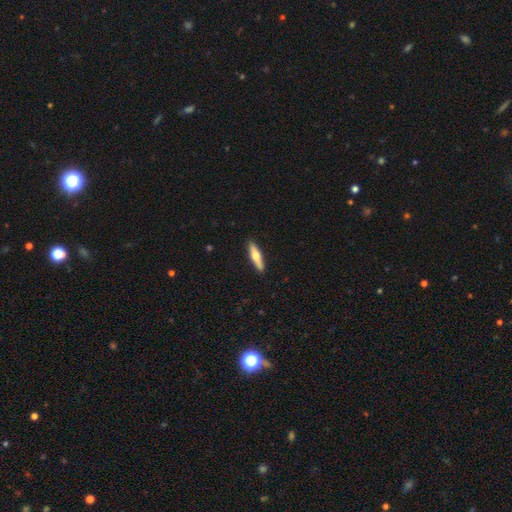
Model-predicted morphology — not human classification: Smooth or featured? smooth (52%)
How rounded? cigar-shaped (78%)
Merging? none (90%)